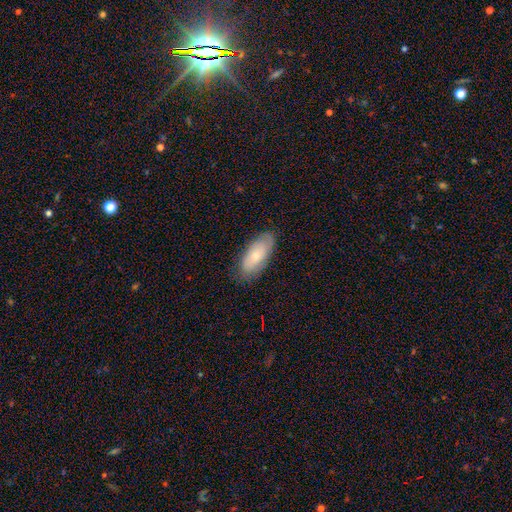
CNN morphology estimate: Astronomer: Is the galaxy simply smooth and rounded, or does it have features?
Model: smooth — 60%.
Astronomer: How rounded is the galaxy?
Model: in between — 88%.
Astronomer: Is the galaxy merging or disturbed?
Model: none — 78%.